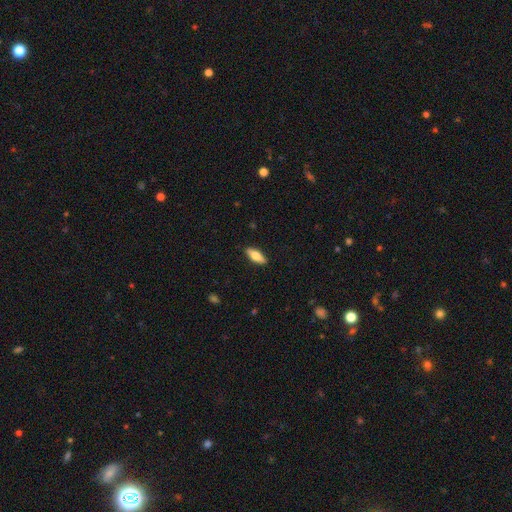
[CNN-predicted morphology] This appears to be a smooth galaxy with no disk features (71%) that is in between round and cigar-shaped (70%). Merging: none (89%).